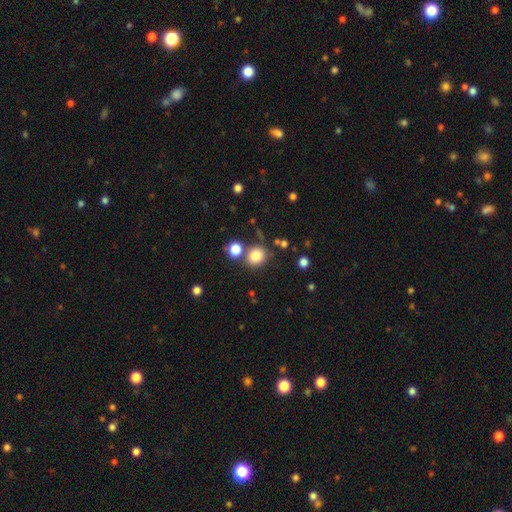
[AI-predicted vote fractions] Smooth or featured?
  - smooth: 82% *
  - star or artifact: 12%
  - featured or disk: 6%
How rounded?
  - round: 76% *
  - in between: 23%
  - cigar-shaped: 1%
Merging?
  - none: 70% *
  - merger: 16%
  - minor disturbance: 10%
  - major disturbance: 4%